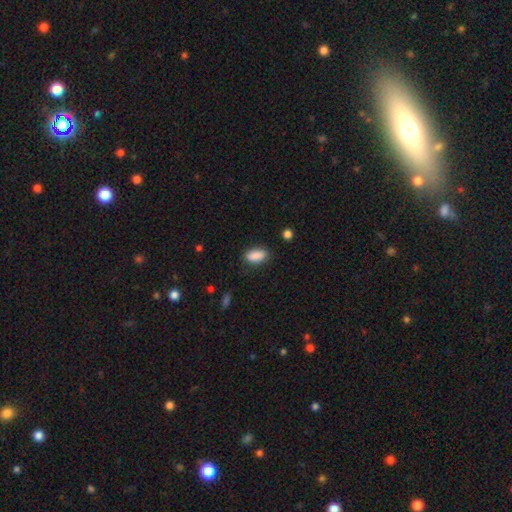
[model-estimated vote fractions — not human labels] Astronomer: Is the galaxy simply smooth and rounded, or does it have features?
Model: smooth — 89%.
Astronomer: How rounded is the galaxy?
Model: in between — 89%.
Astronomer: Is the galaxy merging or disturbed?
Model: none — 83%.